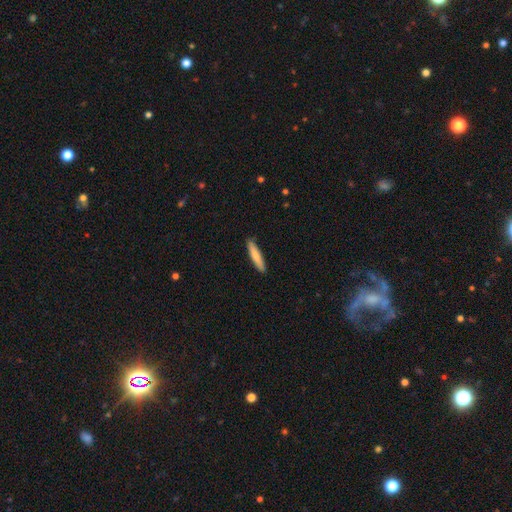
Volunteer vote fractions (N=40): Volunteers were most divided on "merging": none: 65%, minor disturbance: 28%, merger: 5%, major disturbance: 2%. More confident: how rounded — cigar-shaped (94%); smooth or featured — smooth (90%).